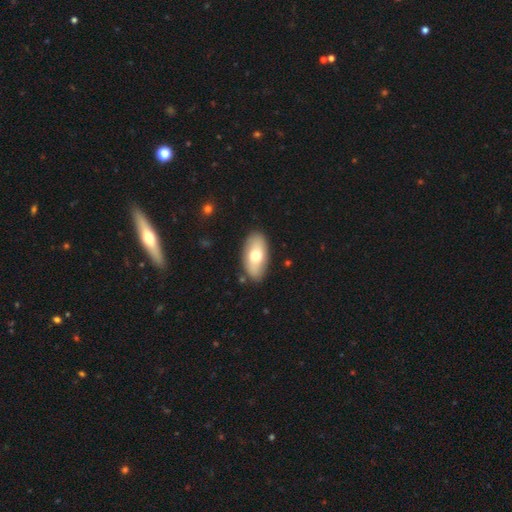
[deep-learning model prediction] Overall: smooth (67%). How rounded: in between (93%). Merging: none (86%).